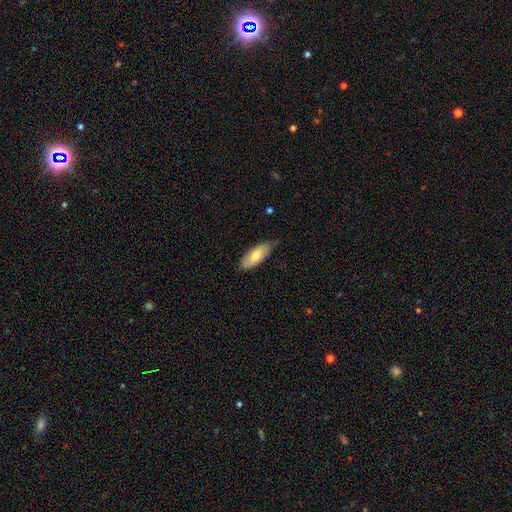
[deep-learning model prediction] smooth 70%, featured or disk 24%, star or artifact 6%. Down the decision tree: how rounded — in between (79%); merging — none (75%).